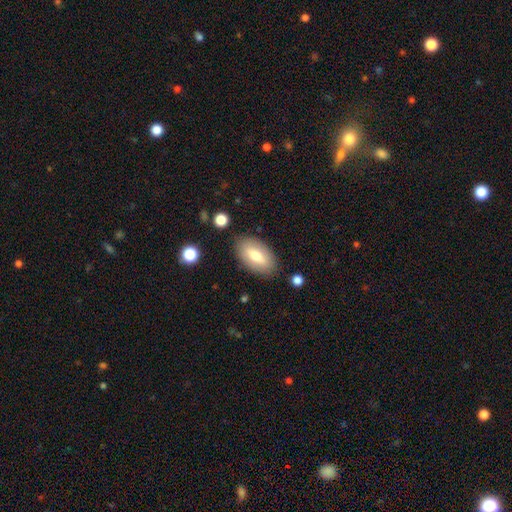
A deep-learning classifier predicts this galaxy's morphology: Smooth or featured? smooth (70%)
How rounded? in between (93%)
Merging? none (84%)